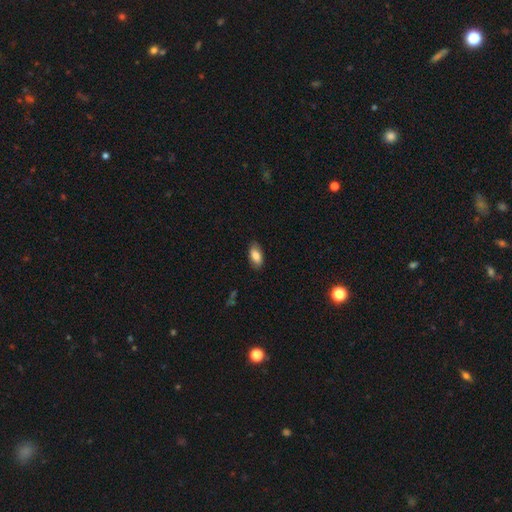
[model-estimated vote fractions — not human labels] This appears to be a smooth galaxy with no disk features (82%) that is in between round and cigar-shaped (92%). Merging: none (85%).